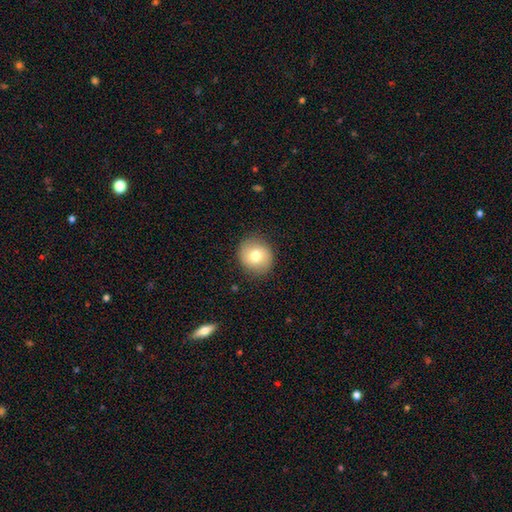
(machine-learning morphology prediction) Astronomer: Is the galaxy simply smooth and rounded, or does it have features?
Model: smooth — 75%.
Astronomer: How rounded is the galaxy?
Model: round — 85%.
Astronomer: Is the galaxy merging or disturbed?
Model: none — 87%.